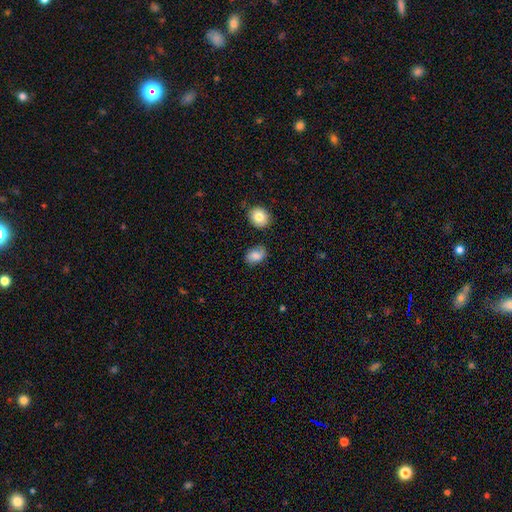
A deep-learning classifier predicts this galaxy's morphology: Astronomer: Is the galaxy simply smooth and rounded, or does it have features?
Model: smooth — 74%.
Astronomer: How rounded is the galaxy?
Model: in between — 77%.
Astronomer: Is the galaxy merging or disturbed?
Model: none — 67%.